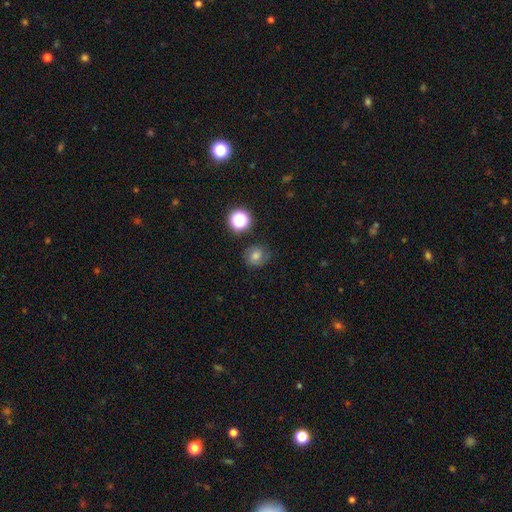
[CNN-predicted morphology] A smooth galaxy with no disk features (64%) that is round (80%). Merging: none (77%).